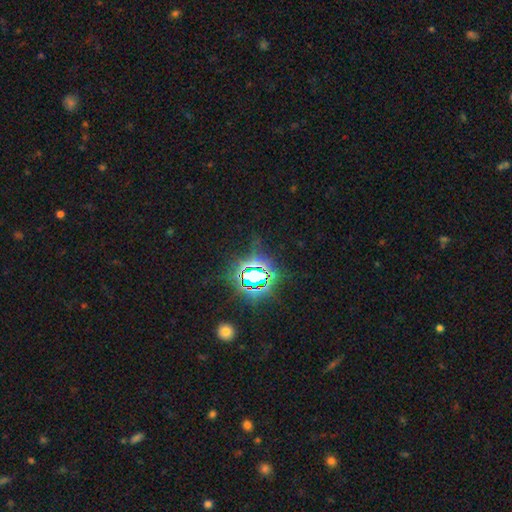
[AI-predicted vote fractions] Morphology: type=star or artifact (82%).